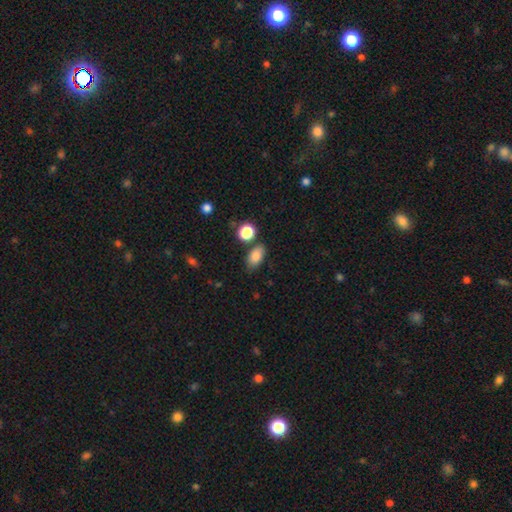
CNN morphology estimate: type=smooth (83%); roundness=in between (88%); merging=none (73%).